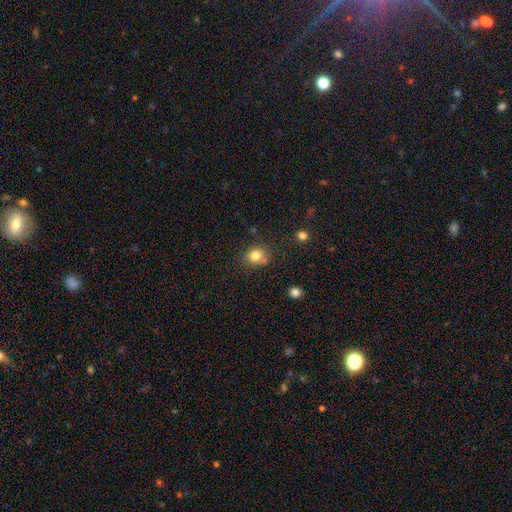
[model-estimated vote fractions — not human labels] smooth 80%, star or artifact 12%, featured or disk 8%. Down the decision tree: how rounded — round (69%); merging — none (68%).